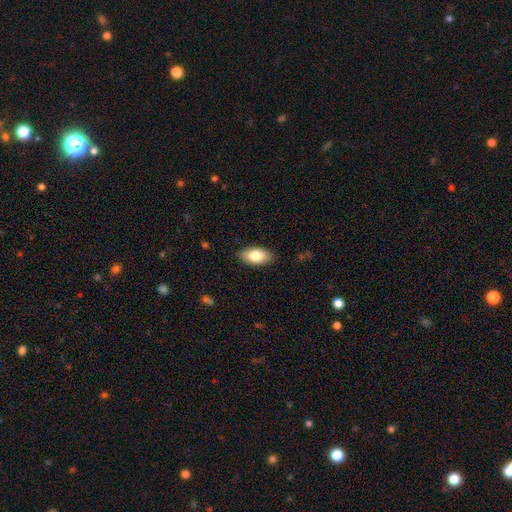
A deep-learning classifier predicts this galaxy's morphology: The model was most divided on "smooth or featured": smooth: 80%, featured or disk: 14%, star or artifact: 6%. More confident: how rounded — in between (93%); merging — none (87%).